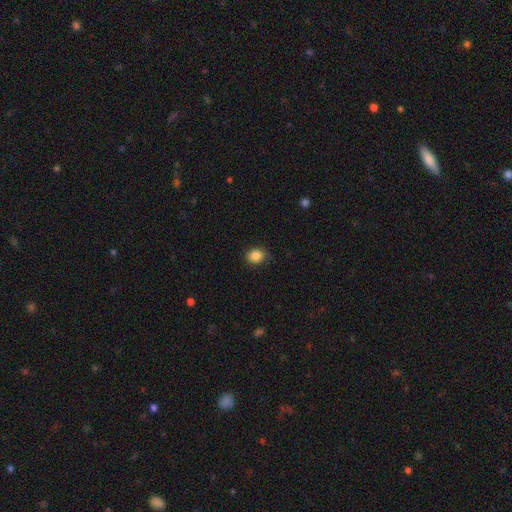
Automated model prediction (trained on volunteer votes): smooth 86%, star or artifact 10%, featured or disk 4%. Down the decision tree: how rounded — round (54%); merging — none (84%).